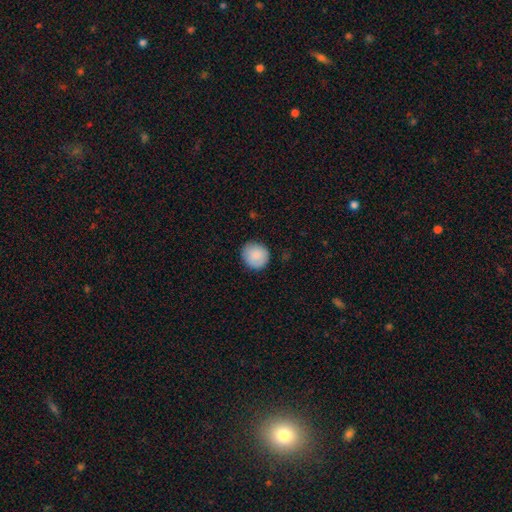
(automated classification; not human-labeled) Smooth or featured?
  - smooth: 89% *
  - star or artifact: 7%
  - featured or disk: 4%
How rounded?
  - round: 90% *
  - in between: 9%
  - cigar-shaped: 1%
Merging?
  - none: 87% *
  - minor disturbance: 10%
  - major disturbance: 2%
  - merger: 1%